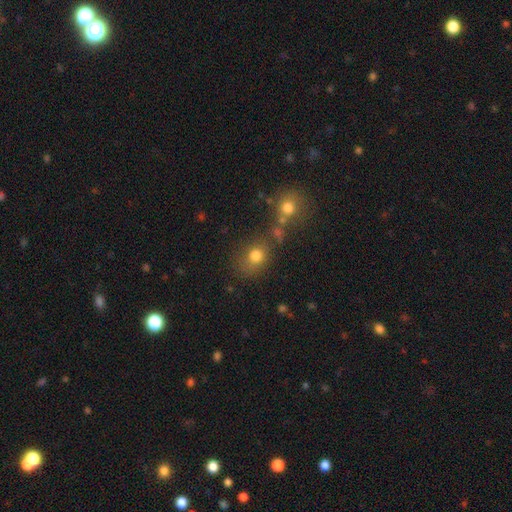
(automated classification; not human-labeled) Overall: smooth (77%). How rounded: round (54%; in between 44%). Merging: none (59%).